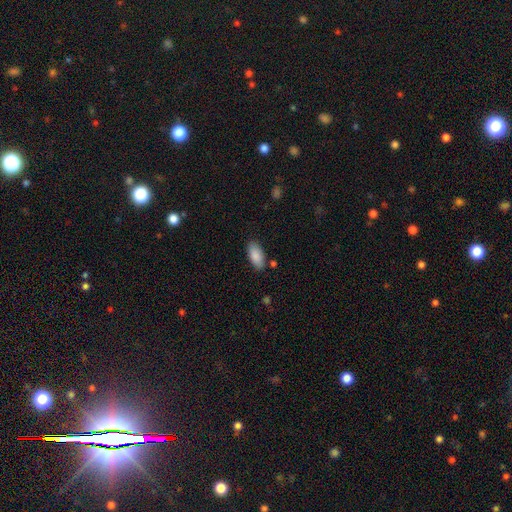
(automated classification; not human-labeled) This is clearly a smooth galaxy (88%). How rounded: clearly in between (90%). Merging: clearly none (83%).